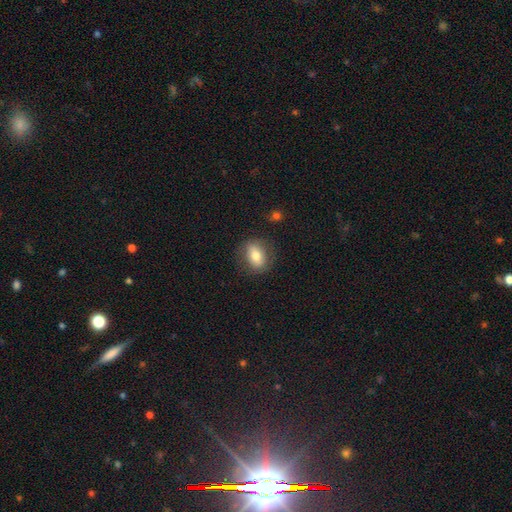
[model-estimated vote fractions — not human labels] This appears to be a smooth galaxy with no disk features (72%) that is in between round and cigar-shaped (68%). Merging: none (81%).